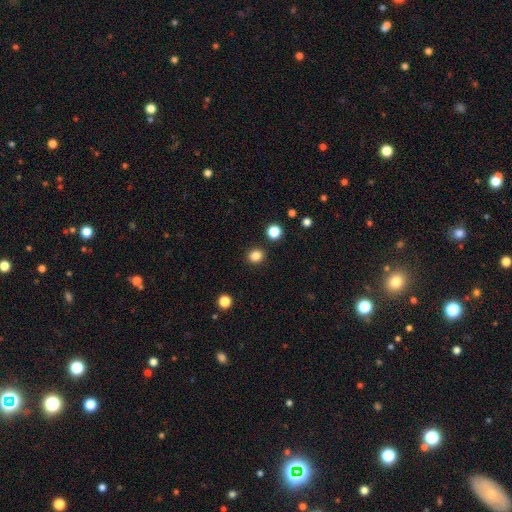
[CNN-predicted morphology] smooth_or_featured: smooth (p=0.85) [alt: star or artifact p=0.12]
how_rounded: round (p=0.79) [alt: in between p=0.20]
merging: none (p=0.90) [alt: minor disturbance p=0.06]